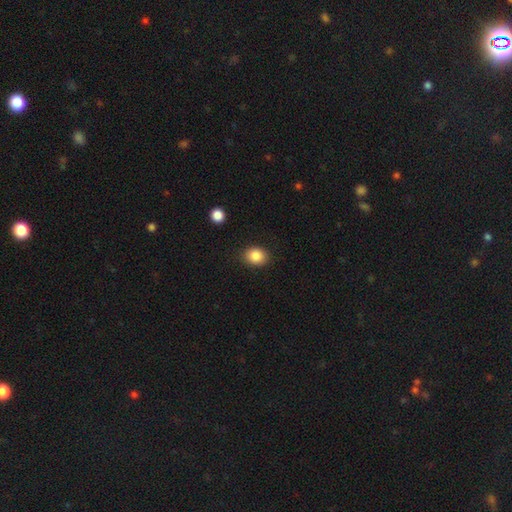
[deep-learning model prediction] smooth-or-featured: smooth: 86% | star or artifact: 9% | featured or disk: 5%
  how-rounded: round: 52% | in between: 48% | cigar-shaped: 1%
  merging: none: 87% | minor disturbance: 9% | major disturbance: 2% | merger: 1%